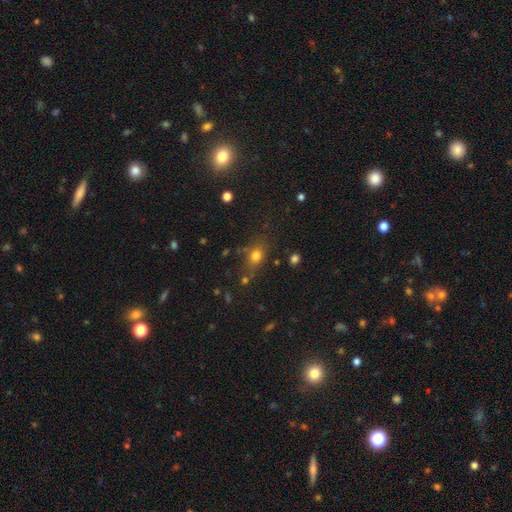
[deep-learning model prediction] A smooth galaxy with no disk features (75%) that is in between round and cigar-shaped (49%).

Vote fractions:
- Smooth or featured? smooth: 75% / star or artifact: 16% / featured or disk: 9%
- How rounded? in between: 49% / round: 48% / cigar-shaped: 3%
- Merging? none: 69% / minor disturbance: 17% / major disturbance: 7% / merger: 7%